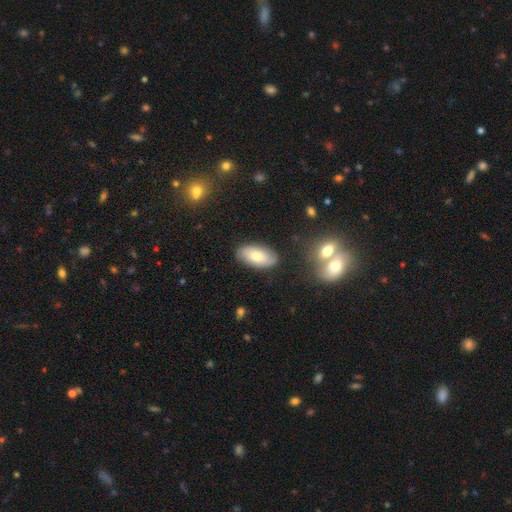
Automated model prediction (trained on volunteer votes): Overall: smooth (73%). How rounded: in between (93%). Merging: none (85%).